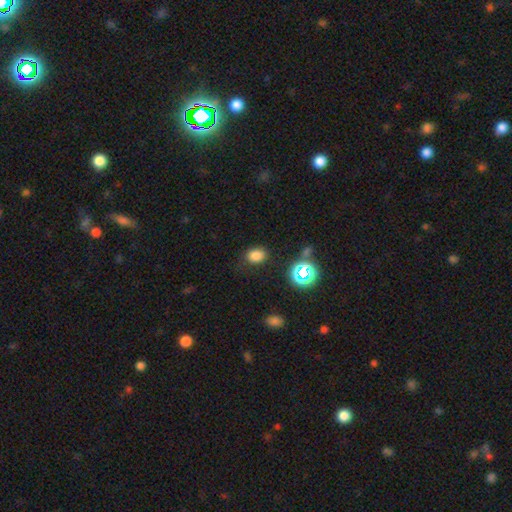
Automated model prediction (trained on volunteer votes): This is likely a smooth galaxy (75%). How rounded: likely in between (68%). Merging: likely none (79%).